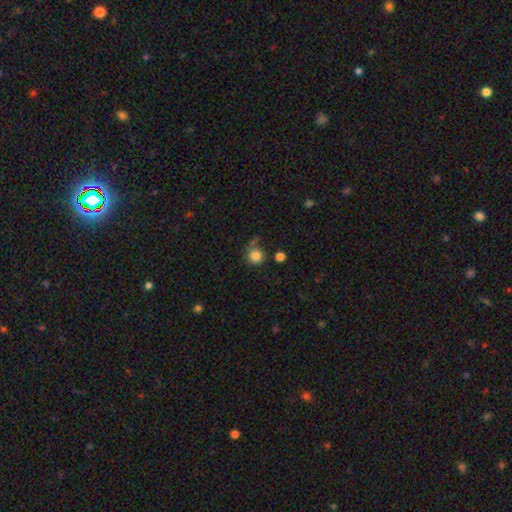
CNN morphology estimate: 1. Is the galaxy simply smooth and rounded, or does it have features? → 83% smooth, 9% star or artifact, 8% featured or disk.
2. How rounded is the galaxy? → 92% round, 7% in between, 1% cigar-shaped.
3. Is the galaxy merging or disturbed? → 59% none, 17% minor disturbance, 13% major disturbance, 11% merger.